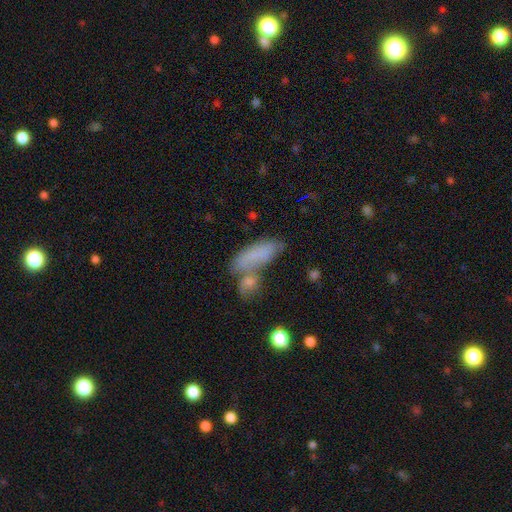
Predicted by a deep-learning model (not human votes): Smooth or featured?
  - smooth: 74% *
  - featured or disk: 16%
  - star or artifact: 10%
How rounded?
  - in between: 61% *
  - cigar-shaped: 35%
  - round: 4%
Merging?
  - none: 43% *
  - merger: 32%
  - minor disturbance: 17%
  - major disturbance: 8%